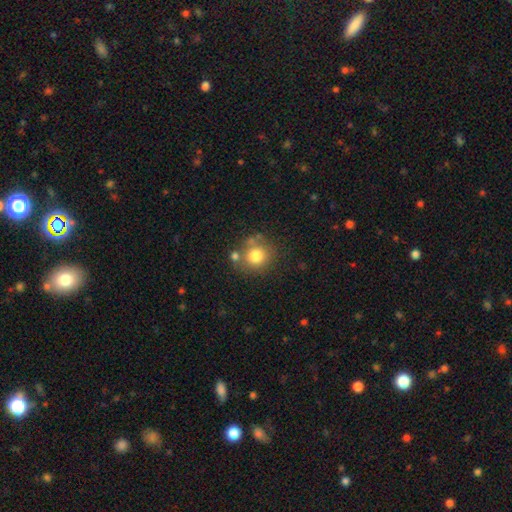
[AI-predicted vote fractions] smooth-or-featured: smooth: 78% | featured or disk: 11% | star or artifact: 11%
  how-rounded: round: 88% | in between: 11% | cigar-shaped: 1%
  merging: none: 67% | merger: 14% | minor disturbance: 13% | major disturbance: 6%